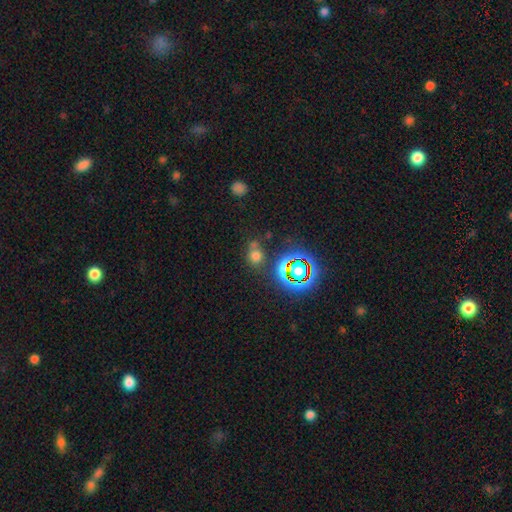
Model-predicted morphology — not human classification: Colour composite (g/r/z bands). It shows a smooth galaxy with no disk features (60%) that is round (77%). Merging: none (63%).